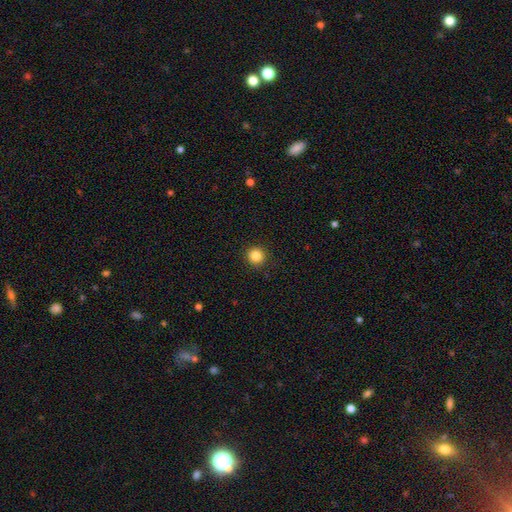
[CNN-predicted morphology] smooth-or-featured: smooth: 85% | star or artifact: 11% | featured or disk: 4%
  how-rounded: round: 95% | in between: 4% | cigar-shaped: 1%
  merging: none: 92% | minor disturbance: 5% | major disturbance: 2% | merger: 1%